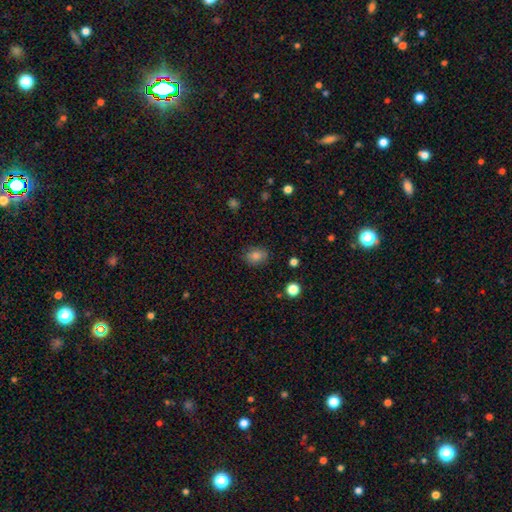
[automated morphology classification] The model was most divided on "how rounded": in between: 55%, round: 44%, cigar-shaped: 1%. More confident: merging — none (83%); smooth or featured — smooth (81%).